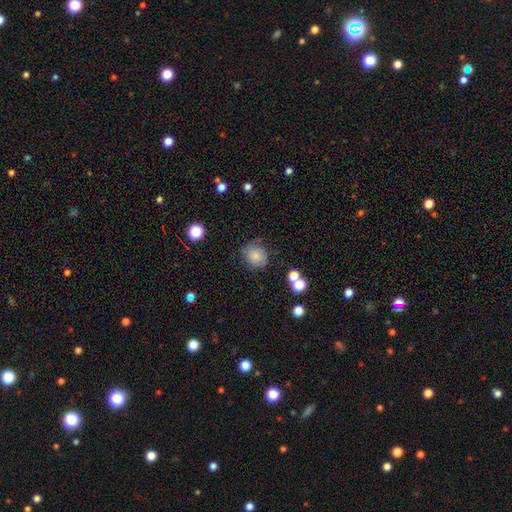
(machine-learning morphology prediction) smooth-or-featured: smooth: 81% | star or artifact: 11% | featured or disk: 8%
  how-rounded: round: 72% | in between: 27% | cigar-shaped: 1%
  merging: none: 75% | minor disturbance: 17% | major disturbance: 5% | merger: 4%